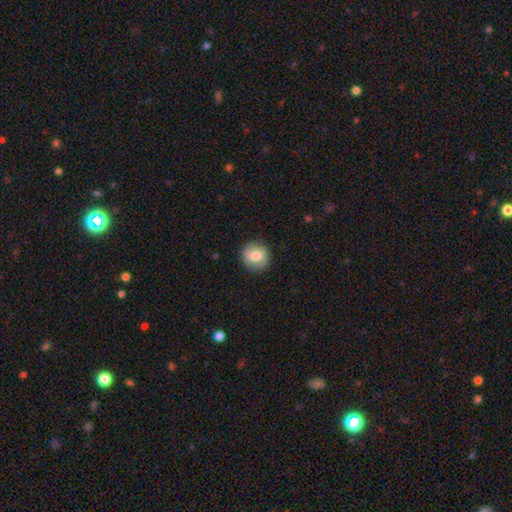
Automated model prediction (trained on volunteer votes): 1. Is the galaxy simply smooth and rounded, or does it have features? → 74% smooth, 18% featured or disk, 8% star or artifact.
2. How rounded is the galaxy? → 90% round, 9% in between, 1% cigar-shaped.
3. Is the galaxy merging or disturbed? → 87% none, 9% minor disturbance, 3% major disturbance, 1% merger.